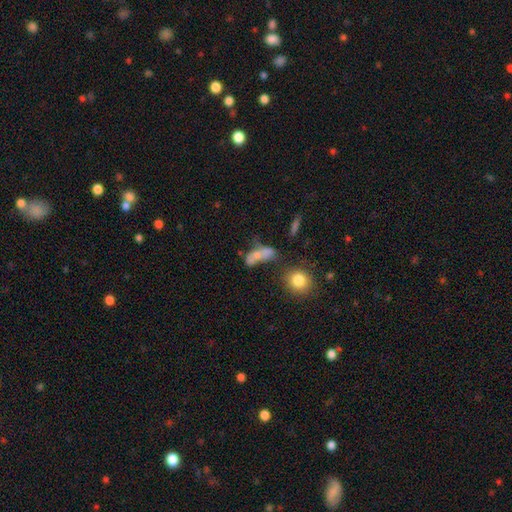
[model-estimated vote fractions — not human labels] This is possibly a smooth galaxy (60%). How rounded: likely in between (69%). Merging: marginally merger (41%).